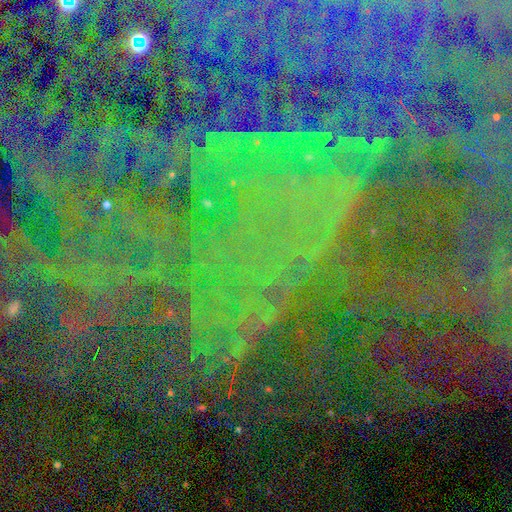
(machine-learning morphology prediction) The model was most divided on "smooth or featured": star or artifact: 84%, featured or disk: 8%, smooth: 8%.